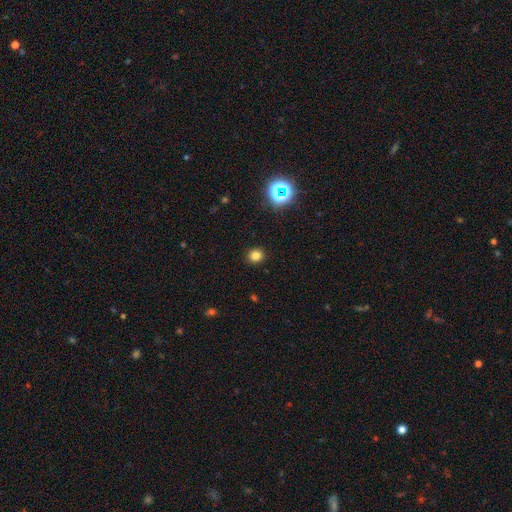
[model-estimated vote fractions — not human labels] Smooth or featured?
  - smooth: 79% *
  - star or artifact: 16%
  - featured or disk: 5%
How rounded?
  - round: 84% *
  - in between: 15%
  - cigar-shaped: 1%
Merging?
  - none: 92% *
  - minor disturbance: 5%
  - major disturbance: 2%
  - merger: 1%